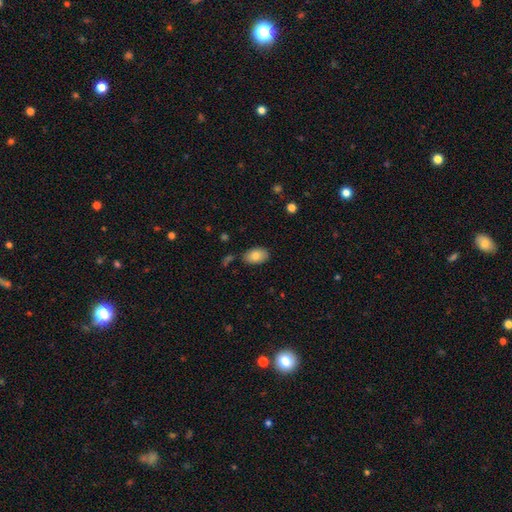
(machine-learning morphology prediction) The model was most divided on "merging": none: 80%, minor disturbance: 14%, merger: 3%, major disturbance: 3%. More confident: how rounded — in between (92%); smooth or featured — smooth (81%).